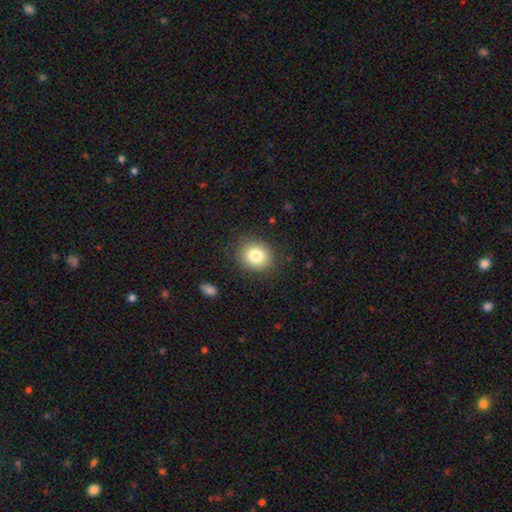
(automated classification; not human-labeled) Smooth or featured: smooth — 82% (star or artifact — 10%)
How rounded: round — 76% (in between — 23%)
Merging: none — 87% (minor disturbance — 9%)